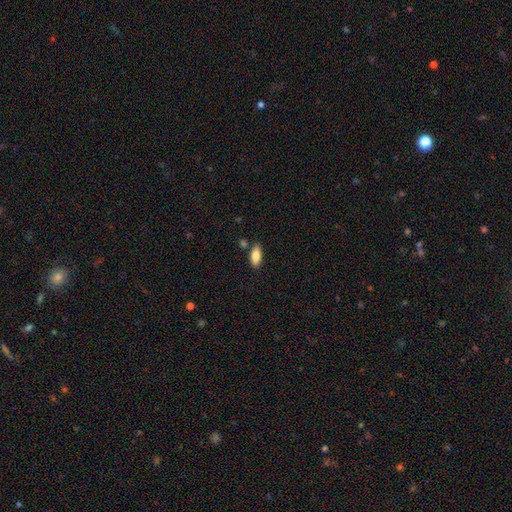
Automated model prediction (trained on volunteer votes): Q: Smooth or featured?
A: smooth (85%); runner-up: featured or disk (8%)
Q: How rounded?
A: in between (84%); runner-up: cigar-shaped (14%)
Q: Merging?
A: none (80%); runner-up: minor disturbance (12%)